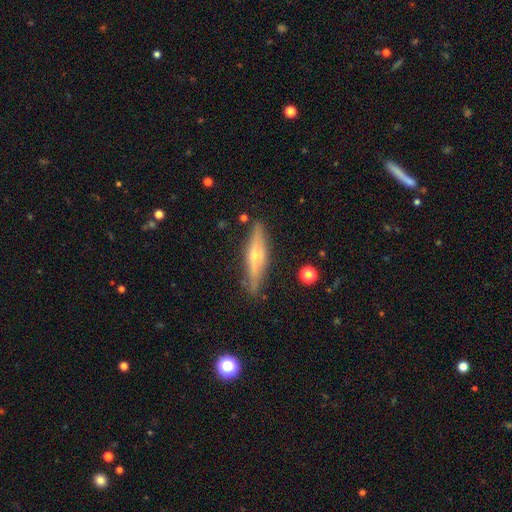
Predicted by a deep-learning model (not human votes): Smooth or featured?
  - featured or disk: 67% *
  - smooth: 26%
  - star or artifact: 7%
Edge-on disk?
  - yes: 93% *
  - no: 7%
Edge-on bulge?
  - rounded: 84% *
  - none: 10%
  - boxy: 6%
Merging?
  - none: 85% *
  - minor disturbance: 11%
  - major disturbance: 2%
  - merger: 2%